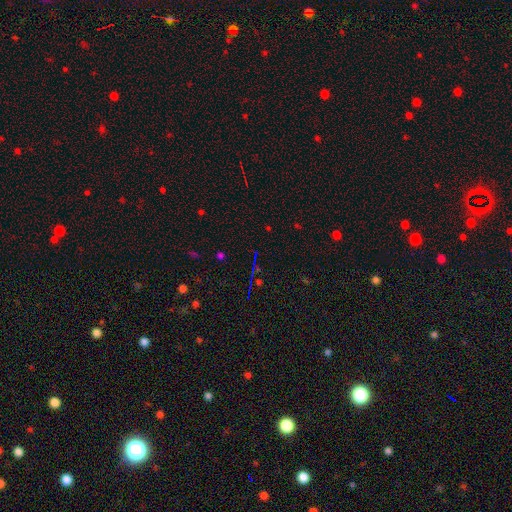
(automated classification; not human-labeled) smooth-or-featured: star or artifact: 72% | smooth: 15% | featured or disk: 13%